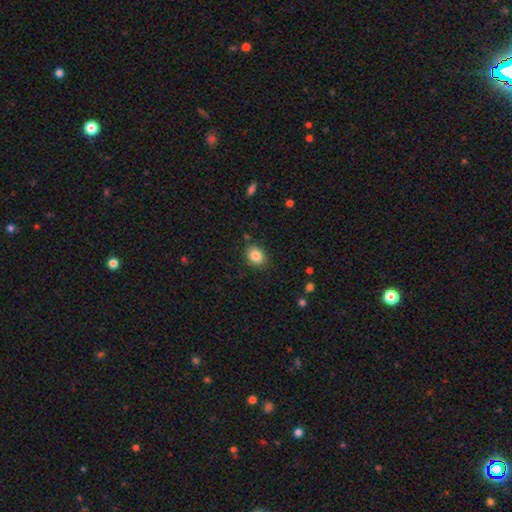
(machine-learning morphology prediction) smooth-or-featured: smooth: 85% | star or artifact: 9% | featured or disk: 6%
  how-rounded: in between: 58% | round: 41% | cigar-shaped: 1%
  merging: none: 85% | minor disturbance: 10% | major disturbance: 3% | merger: 2%